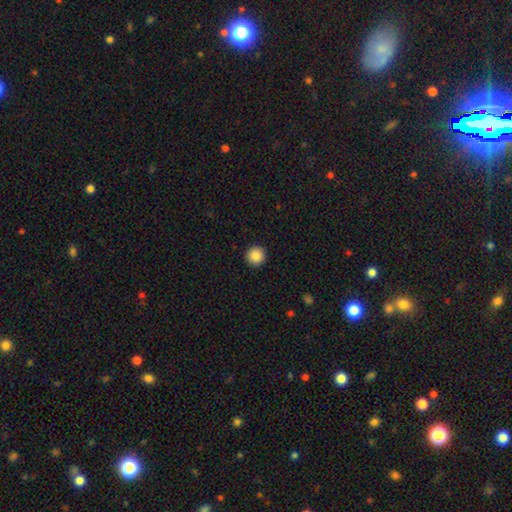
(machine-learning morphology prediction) type=smooth (88%); roundness=round (95%); merging=none (93%).